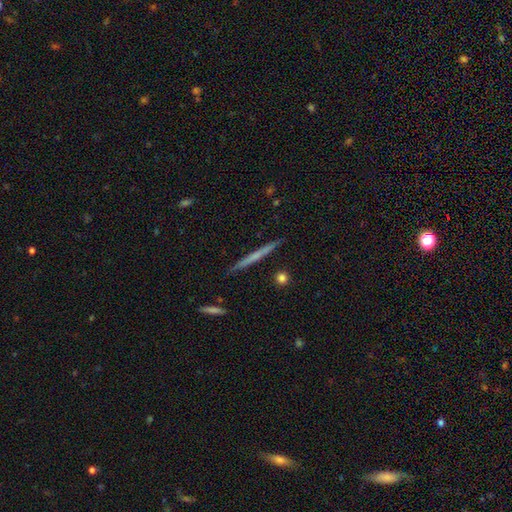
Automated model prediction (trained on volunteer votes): smooth-or-featured: featured or disk: 51% | smooth: 43% | star or artifact: 6%
  disk-edge-on: yes: 98% | no: 2%
  merging: none: 91% | minor disturbance: 6% | merger: 1% | major disturbance: 1%